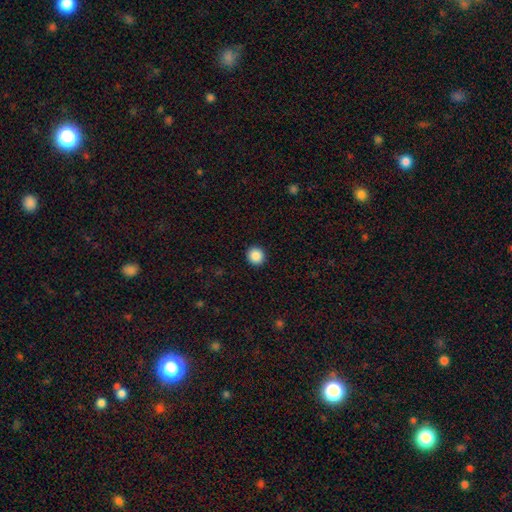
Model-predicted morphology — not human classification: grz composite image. It shows a smooth galaxy with no disk features (88%) that is round (93%). Merging: none (93%).